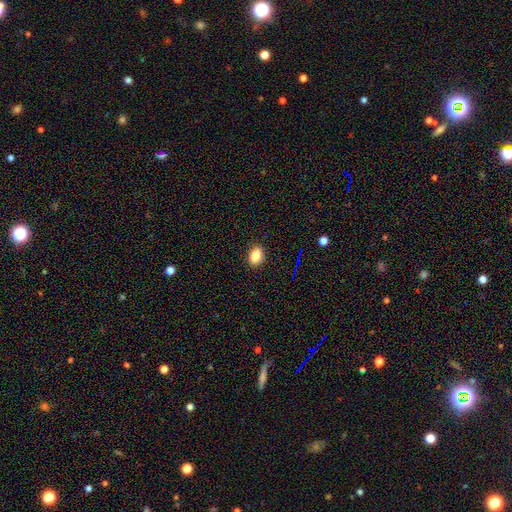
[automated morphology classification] A smooth galaxy with no disk features (85%) that is in between round and cigar-shaped (81%).

Vote fractions:
- Smooth or featured? smooth: 85% / star or artifact: 9% / featured or disk: 6%
- How rounded? in between: 81% / round: 17% / cigar-shaped: 2%
- Merging? none: 89% / minor disturbance: 8% / major disturbance: 2% / merger: 1%